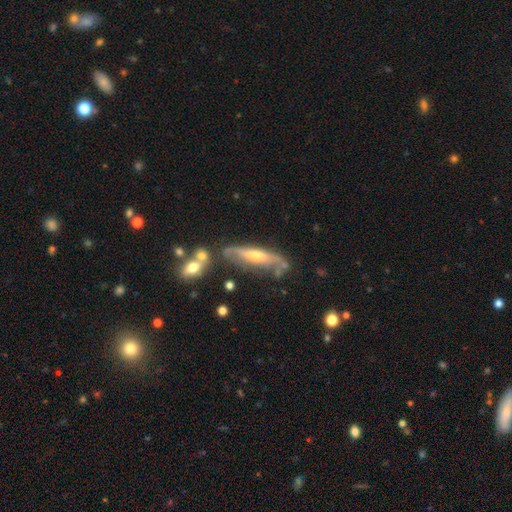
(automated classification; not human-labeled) A featured or disk galaxy (66%) viewed edge-on (64%). Merging: none (52%).